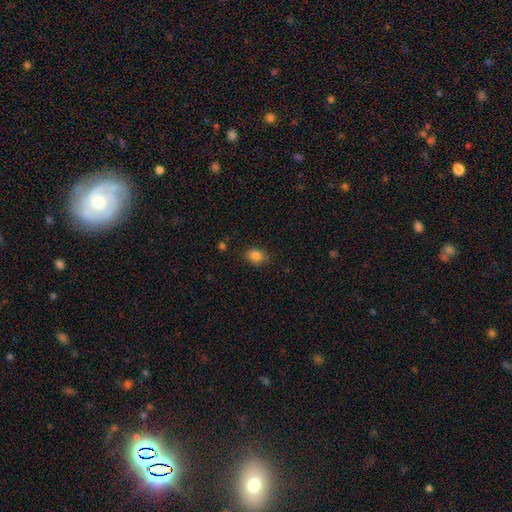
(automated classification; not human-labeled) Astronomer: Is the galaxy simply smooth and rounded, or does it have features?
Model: smooth — 84%.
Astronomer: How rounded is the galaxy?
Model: in between — 51% (runner-up: round, 48%).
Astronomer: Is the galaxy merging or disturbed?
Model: none — 79%.